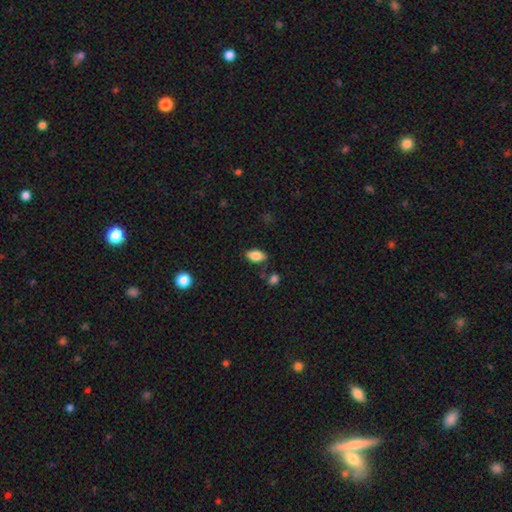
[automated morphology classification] Smooth or featured: smooth — 83% (featured or disk — 9%)
How rounded: in between — 91% (cigar-shaped — 5%)
Merging: none — 81% (minor disturbance — 13%)